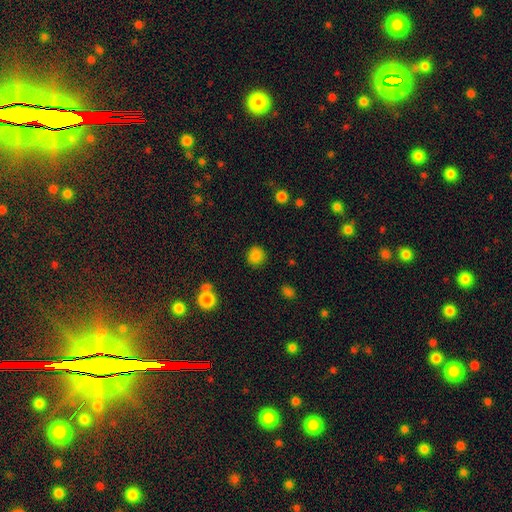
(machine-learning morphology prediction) This appears to be a smooth galaxy with no disk features (85%) that is round (89%). Merging: none (87%).